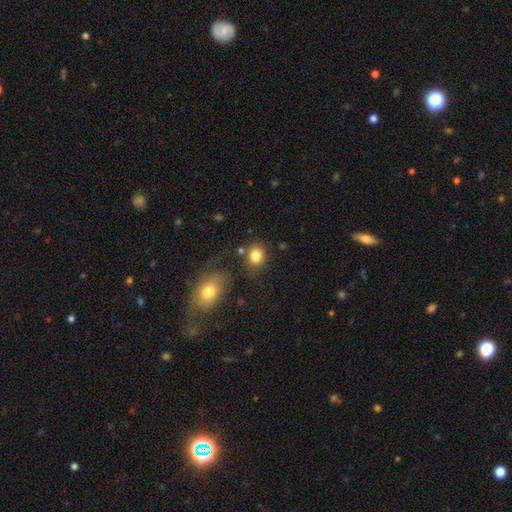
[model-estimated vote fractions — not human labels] smooth_or_featured: smooth (p=0.84) [alt: star or artifact p=0.09]
how_rounded: round (p=0.64) [alt: in between p=0.35]
merging: none (p=0.66) [alt: minor disturbance p=0.14]